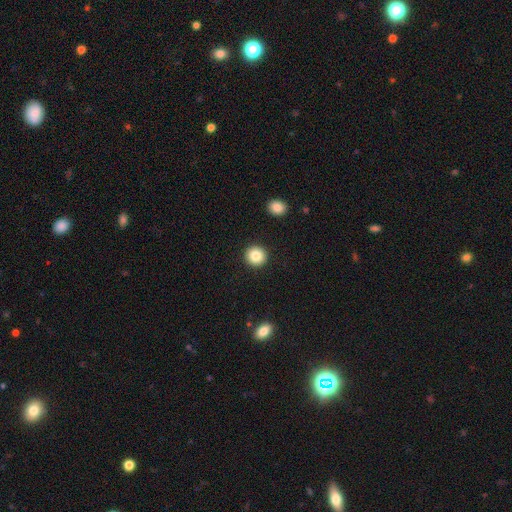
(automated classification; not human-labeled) Q: Smooth or featured?
A: smooth (85%); runner-up: star or artifact (9%)
Q: How rounded?
A: round (93%); runner-up: in between (6%)
Q: Merging?
A: none (92%); runner-up: minor disturbance (5%)